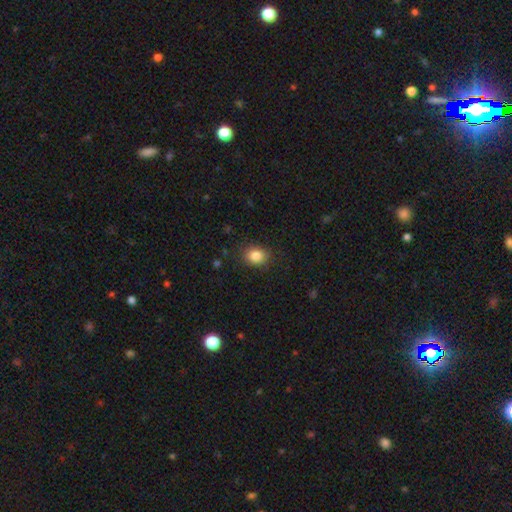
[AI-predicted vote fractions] smooth_or_featured: smooth (p=0.85) [alt: star or artifact p=0.10]
how_rounded: round (p=0.52) [alt: in between p=0.48]
merging: none (p=0.85) [alt: minor disturbance p=0.11]